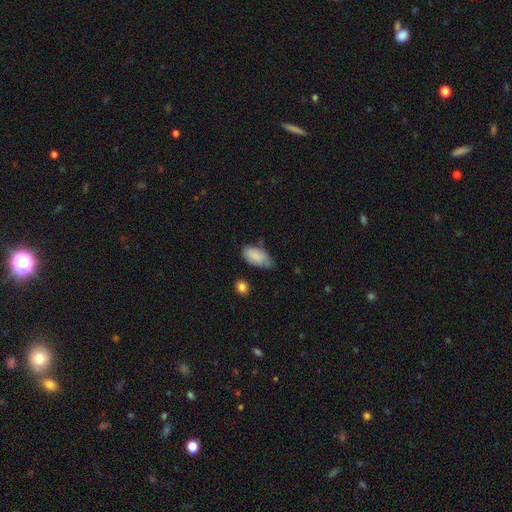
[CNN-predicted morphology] A smooth galaxy with no disk features (82%) that is in between round and cigar-shaped (93%).

Vote fractions:
- Smooth or featured? smooth: 82% / featured or disk: 11% / star or artifact: 7%
- How rounded? in between: 93% / round: 3% / cigar-shaped: 3%
- Merging? none: 46% / minor disturbance: 41% / major disturbance: 10% / merger: 3%